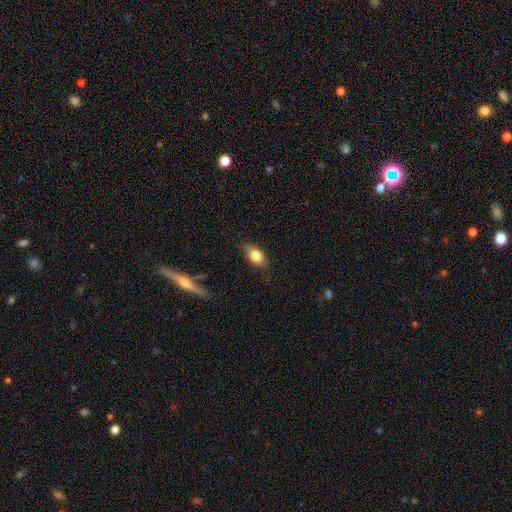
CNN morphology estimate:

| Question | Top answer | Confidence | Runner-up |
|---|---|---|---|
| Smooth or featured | smooth | 77% | featured or disk (15%) |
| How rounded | in between | 82% | round (12%) |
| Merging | none | 77% | minor disturbance (17%) |